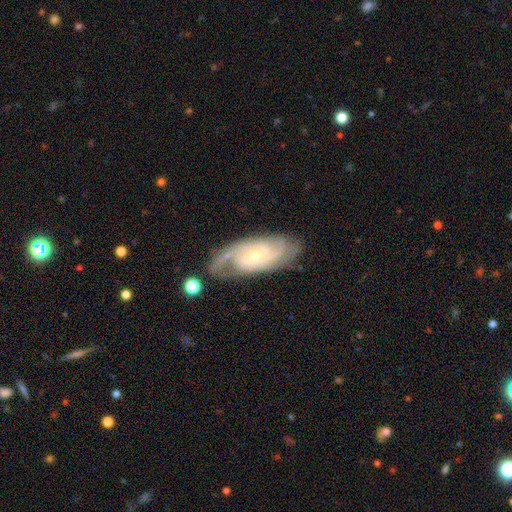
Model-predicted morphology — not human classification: A featured or disk galaxy (86%) with no bar (59%), 2 (39%) tight (55%) spiral arms (97%) and a small central bulge (71%). Merging: none (73%).